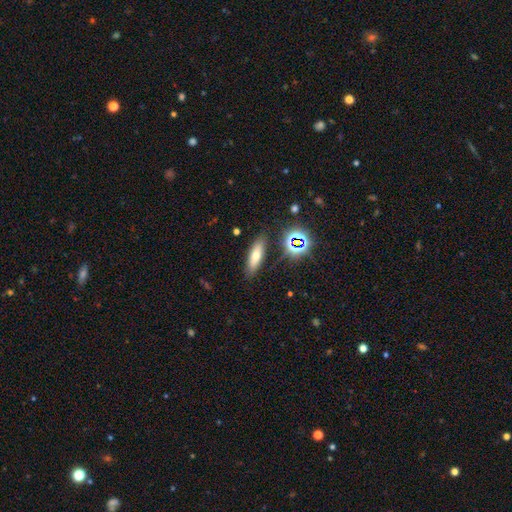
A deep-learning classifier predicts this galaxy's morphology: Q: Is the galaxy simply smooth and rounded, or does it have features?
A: smooth — 59%.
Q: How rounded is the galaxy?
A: cigar-shaped — 48%.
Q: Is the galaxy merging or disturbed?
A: none — 85%.